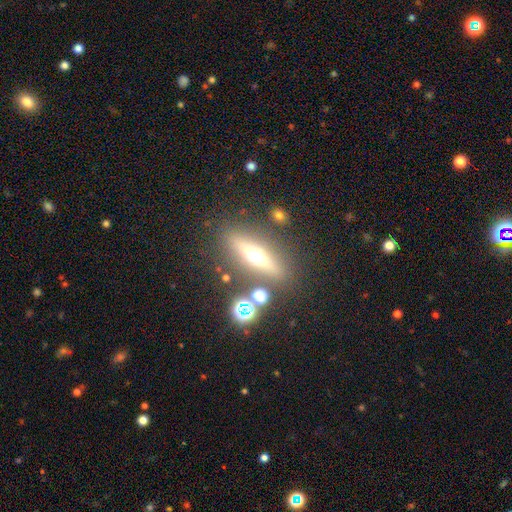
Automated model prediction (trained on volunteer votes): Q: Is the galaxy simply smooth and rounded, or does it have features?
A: featured or disk — 58%.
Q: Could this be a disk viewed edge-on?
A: yes — 88%.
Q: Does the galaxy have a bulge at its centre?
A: rounded — 94%.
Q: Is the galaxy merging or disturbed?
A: none — 83%.